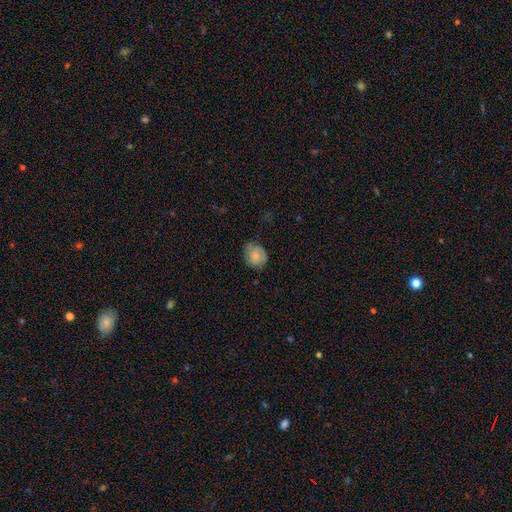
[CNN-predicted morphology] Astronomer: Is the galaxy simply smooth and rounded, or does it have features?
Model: smooth — 69%.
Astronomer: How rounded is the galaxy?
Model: round — 66%.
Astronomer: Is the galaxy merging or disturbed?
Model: none — 60%.